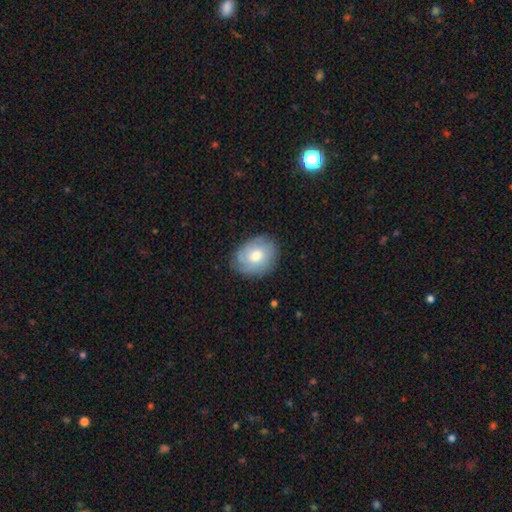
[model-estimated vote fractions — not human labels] This appears to be a smooth galaxy with no disk features (56%) that is in between round and cigar-shaped (54%). Merging: none (79%).